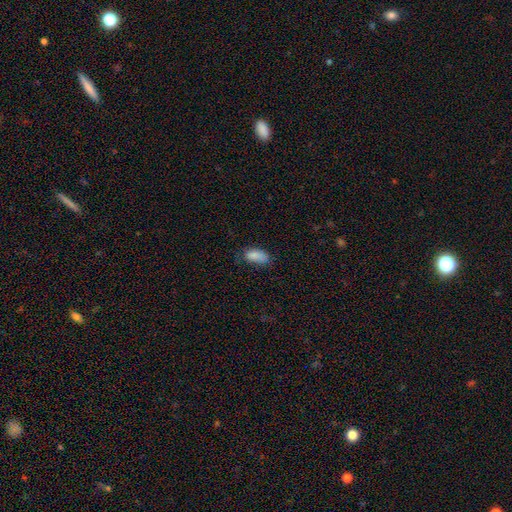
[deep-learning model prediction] Morphology: type=smooth (85%); roundness=in between (91%); merging=none (56%).